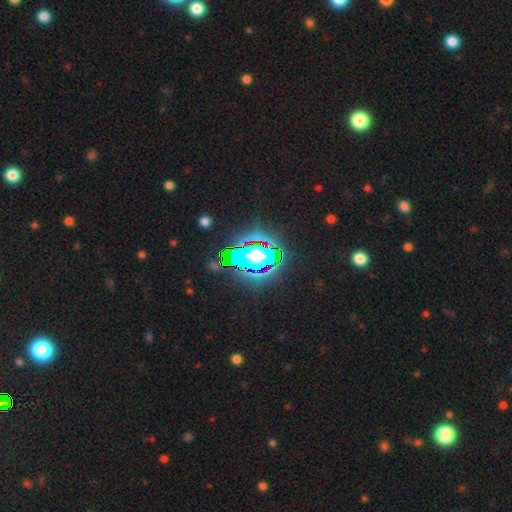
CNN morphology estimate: This appears to be a star or artifact, not a galaxy (58%).